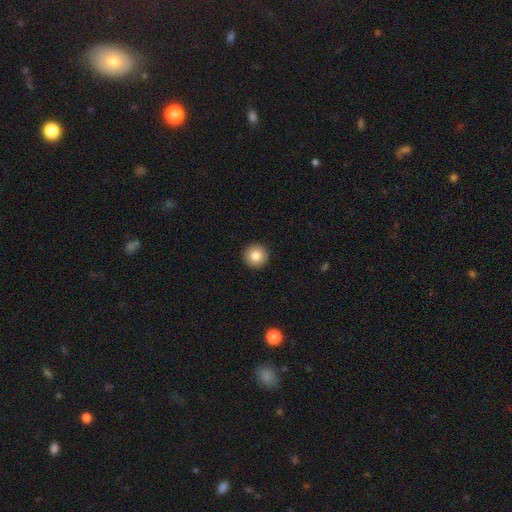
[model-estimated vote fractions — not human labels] This is clearly a smooth galaxy (83%). How rounded: clearly round (96%). Merging: clearly none (94%).